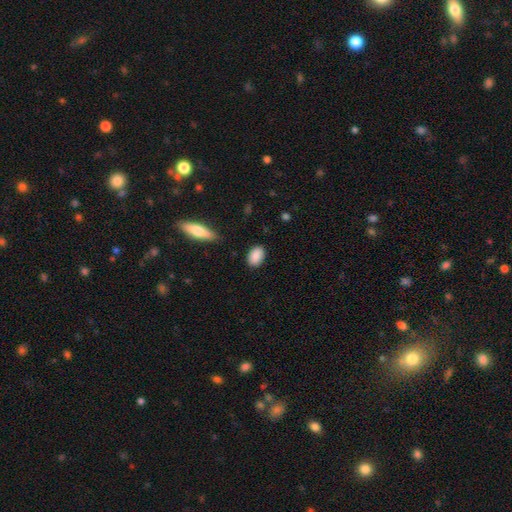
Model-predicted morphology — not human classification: A smooth galaxy with no disk features (89%) that is in between round and cigar-shaped (86%). Merging: none (84%).